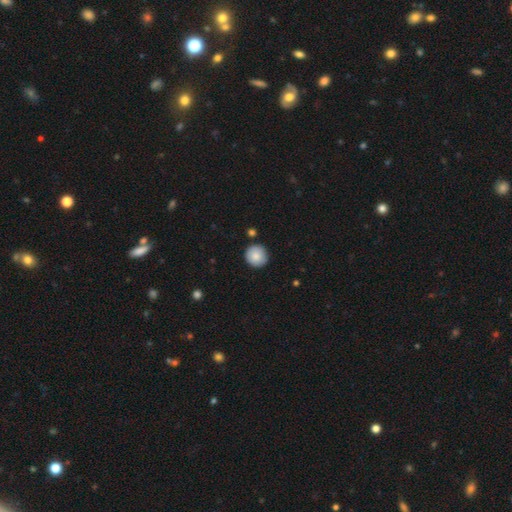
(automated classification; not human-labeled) The model was most divided on "smooth or featured": smooth: 85%, featured or disk: 8%, star or artifact: 7%. More confident: how rounded — round (94%); merging — none (86%).